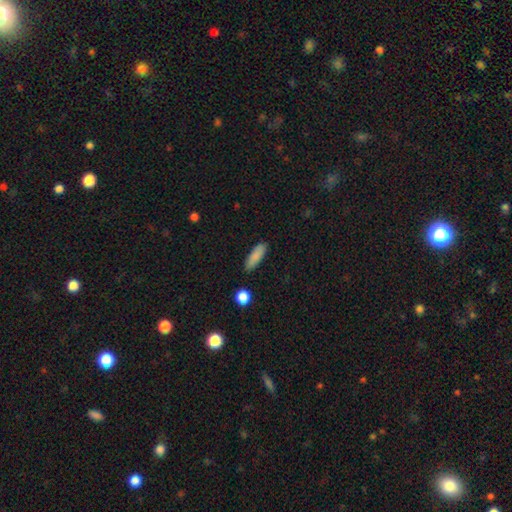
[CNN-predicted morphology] Smooth or featured? smooth (85%)
How rounded? in between (50%)
Merging? none (85%)